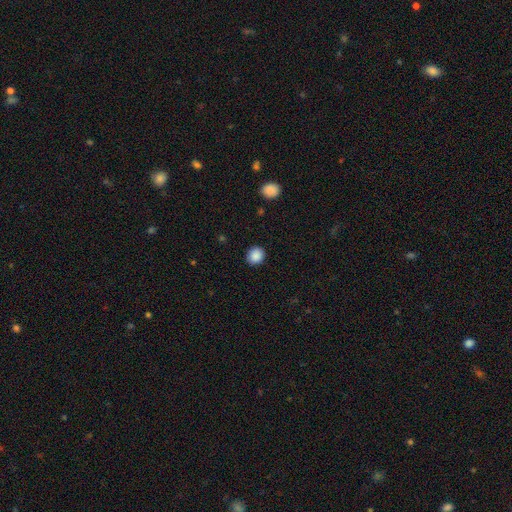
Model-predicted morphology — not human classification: Overall: smooth (88%). How rounded: round (82%). Merging: none (90%).